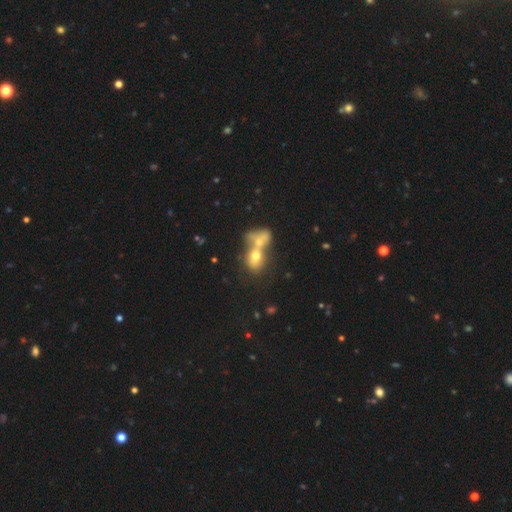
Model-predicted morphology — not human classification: type=smooth (58%); roundness=in between (58%); merging=merger (74%).